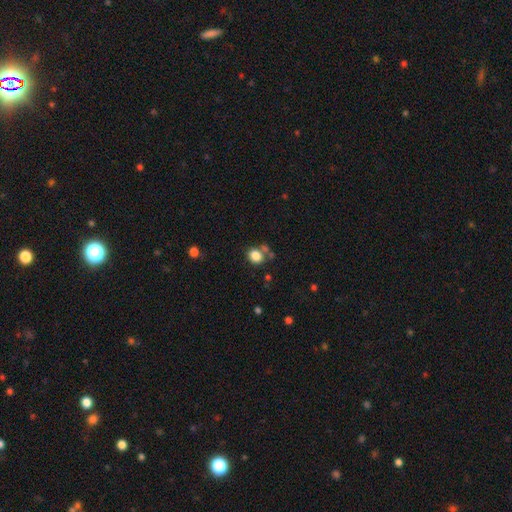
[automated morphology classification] This is clearly a smooth galaxy (83%). How rounded: possibly round (58%). Merging: likely none (64%).